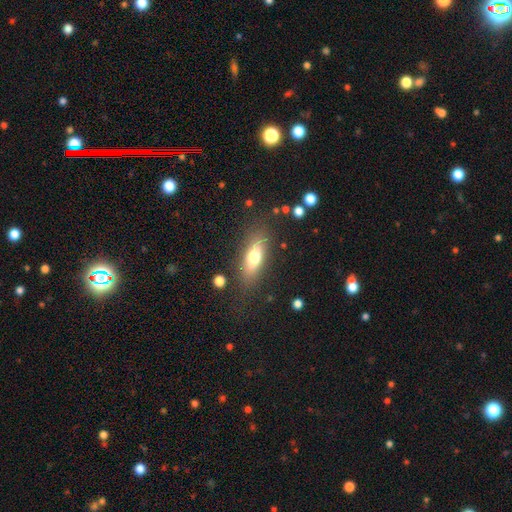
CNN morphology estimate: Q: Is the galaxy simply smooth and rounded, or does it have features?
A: smooth — 67%.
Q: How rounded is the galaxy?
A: in between — 64%.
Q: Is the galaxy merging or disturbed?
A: none — 80%.